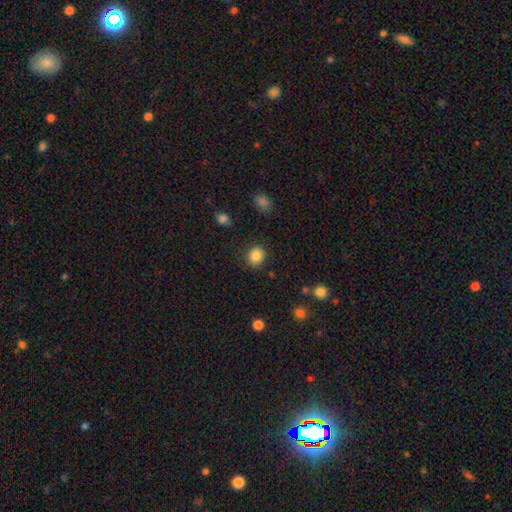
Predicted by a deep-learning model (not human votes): smooth 85%, star or artifact 10%, featured or disk 5%. Down the decision tree: how rounded — round (71%); merging — none (86%).